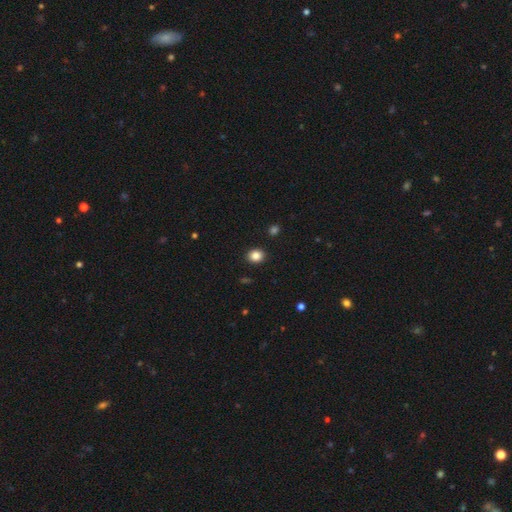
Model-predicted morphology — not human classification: This is clearly a smooth galaxy (85%). How rounded: likely round (64%). Merging: clearly none (90%).